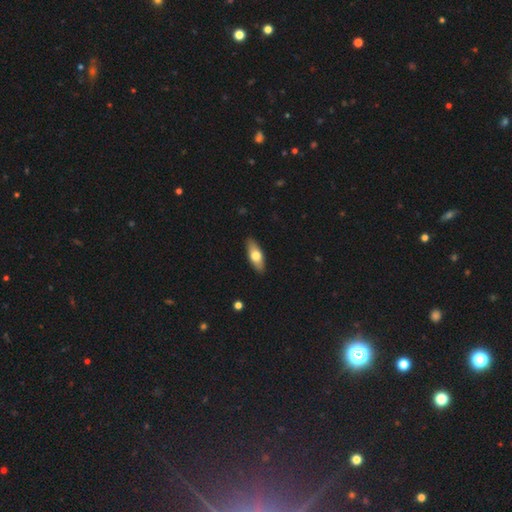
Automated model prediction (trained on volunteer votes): smooth 66%, featured or disk 29%, star or artifact 5%. Down the decision tree: how rounded — in between (69%); merging — none (90%).